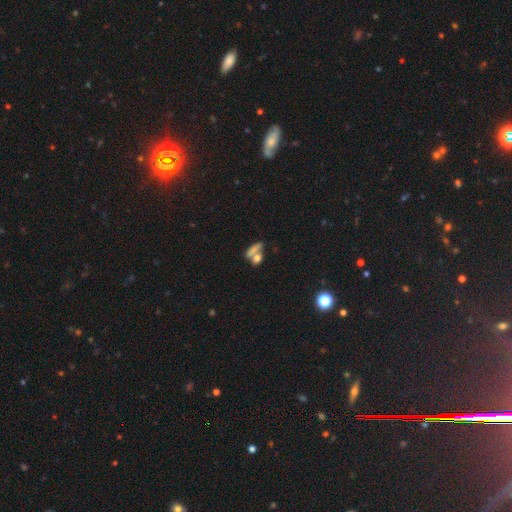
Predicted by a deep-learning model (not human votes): Smooth or featured?
  - smooth: 69% *
  - featured or disk: 19%
  - star or artifact: 12%
How rounded?
  - in between: 52% *
  - cigar-shaped: 25%
  - round: 23%
Merging?
  - merger: 46% *
  - none: 39%
  - minor disturbance: 9%
  - major disturbance: 6%